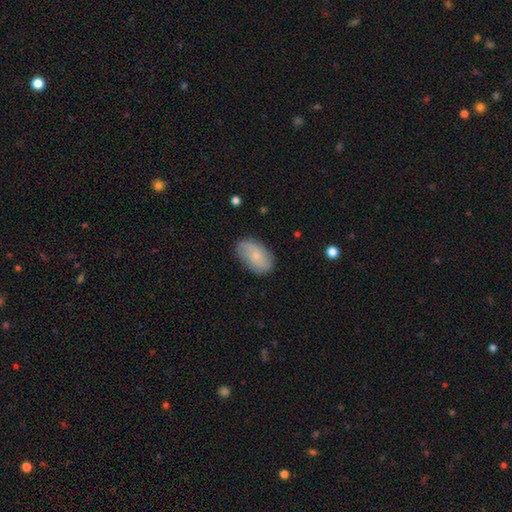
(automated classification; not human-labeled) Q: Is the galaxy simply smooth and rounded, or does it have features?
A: smooth — 54%.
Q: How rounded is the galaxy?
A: in between — 90%.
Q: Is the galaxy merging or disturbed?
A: none — 74%.